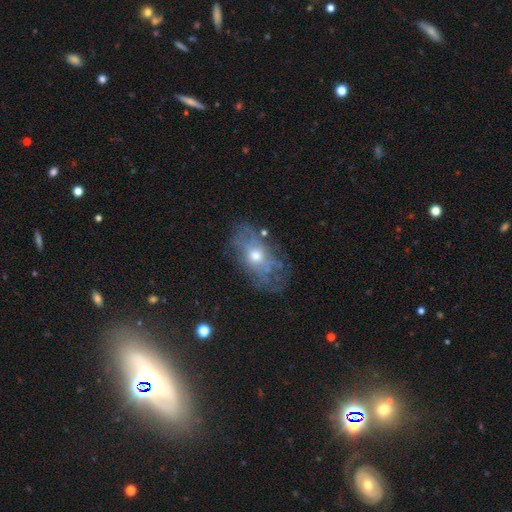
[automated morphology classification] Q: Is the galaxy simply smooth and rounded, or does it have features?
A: featured or disk — 59%.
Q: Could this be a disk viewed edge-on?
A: no — 89%.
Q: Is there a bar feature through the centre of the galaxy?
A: no — 83%.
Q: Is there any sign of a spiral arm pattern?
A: yes — 51%.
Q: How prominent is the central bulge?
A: moderate — 66%.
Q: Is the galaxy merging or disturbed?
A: none — 68%.